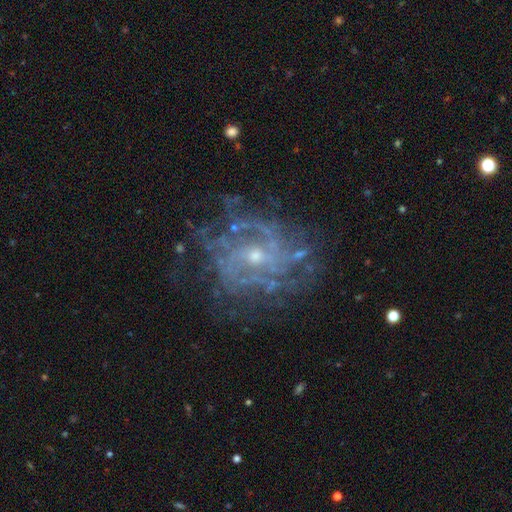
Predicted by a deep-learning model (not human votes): This appears to be a featured or disk galaxy (83%) with no bar (60%), tight (50%) spiral arms (84%) and a small central bulge (65%). Merging: none (67%).